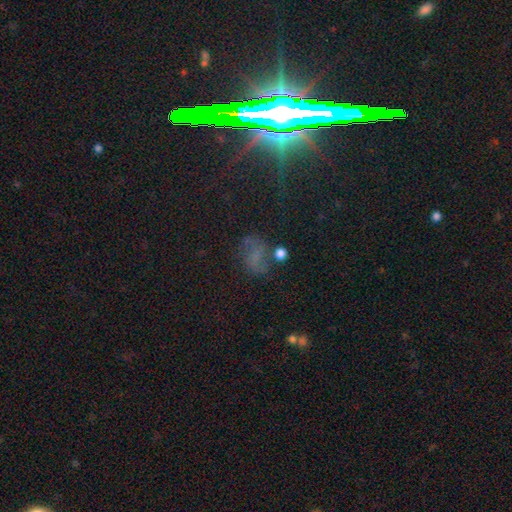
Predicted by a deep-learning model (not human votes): smooth-or-featured: star or artifact: 36% | smooth: 35% | featured or disk: 29%